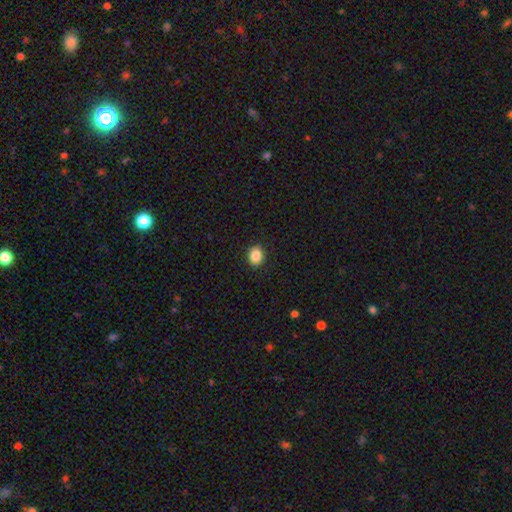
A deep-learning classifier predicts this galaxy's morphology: smooth 87%, star or artifact 9%, featured or disk 4%. Down the decision tree: how rounded — in between (50%); merging — none (91%).